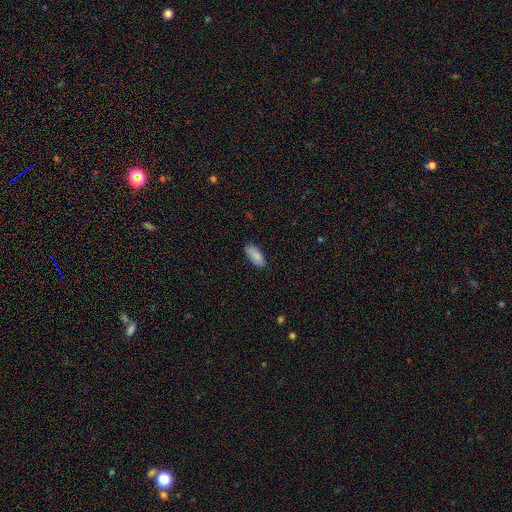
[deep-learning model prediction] The model was most divided on "merging": none: 84%, minor disturbance: 13%, major disturbance: 2%, merger: 1%. More confident: smooth or featured — smooth (88%); how rounded — in between (87%).